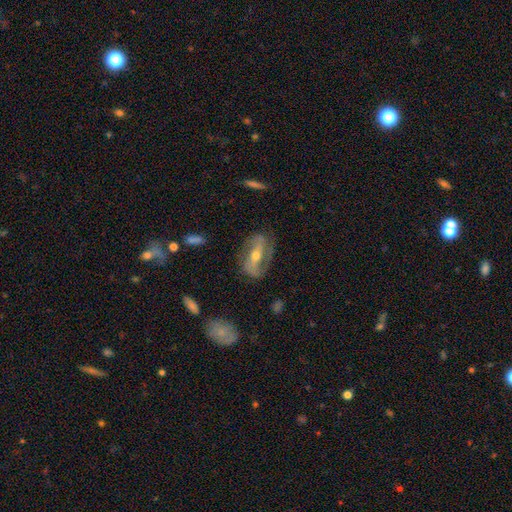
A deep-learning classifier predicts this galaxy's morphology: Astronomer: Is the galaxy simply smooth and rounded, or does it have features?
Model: featured or disk — 77%.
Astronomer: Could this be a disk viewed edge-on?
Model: no — 87%.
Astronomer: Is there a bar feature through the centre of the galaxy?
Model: strong — 54%.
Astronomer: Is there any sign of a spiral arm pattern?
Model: yes — 82%.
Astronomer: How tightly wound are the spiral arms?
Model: medium — 39% (runner-up: loose, 35%).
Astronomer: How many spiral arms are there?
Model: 2 — 83%.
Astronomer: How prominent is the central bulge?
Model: moderate — 55% (runner-up: small, 41%).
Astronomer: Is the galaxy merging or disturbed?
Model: none — 73%.